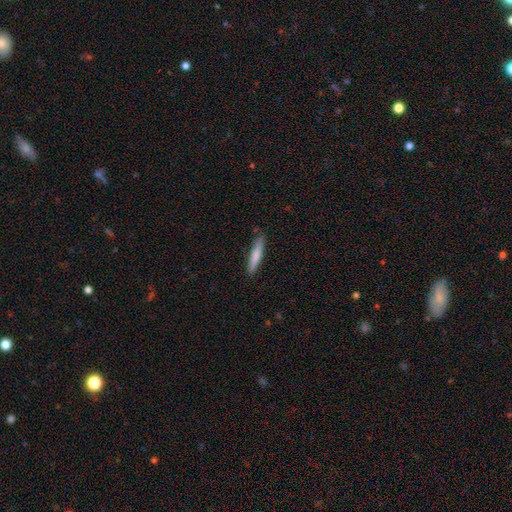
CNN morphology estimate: A smooth galaxy with no disk features (76%) that is cigar-shaped (91%). Merging: none (86%).